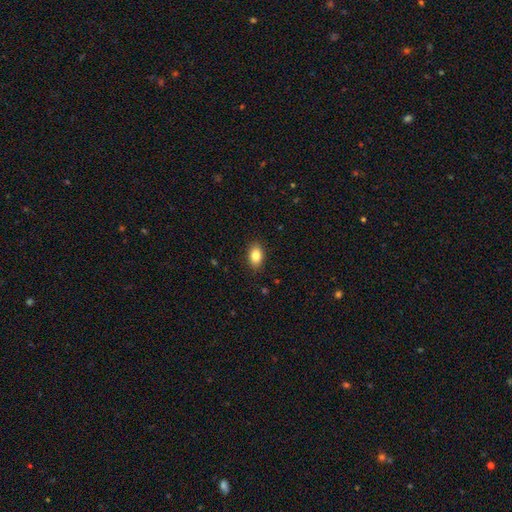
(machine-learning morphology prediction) Smooth or featured? smooth (85%)
How rounded? in between (87%)
Merging? none (88%)